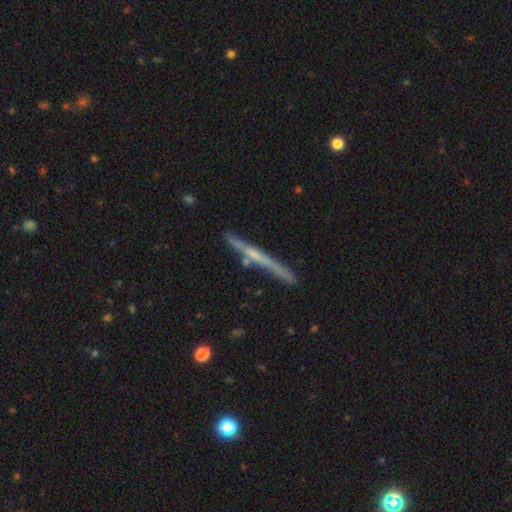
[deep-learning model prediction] Smooth or featured? featured or disk (61%)
Edge-on disk? yes (97%)
Edge-on bulge? none (62%)
Merging? none (82%)